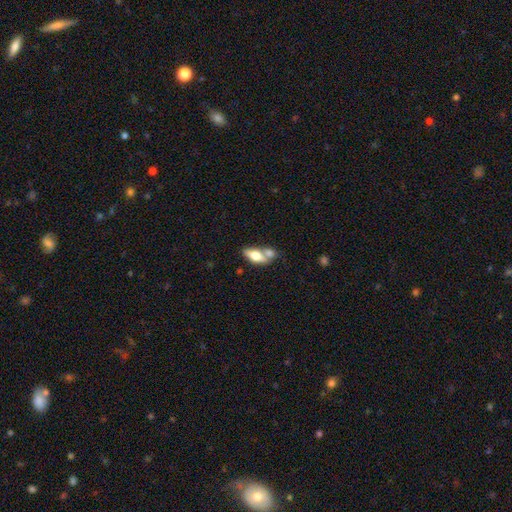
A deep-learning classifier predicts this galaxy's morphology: Smooth or featured? smooth (57%)
How rounded? in between (75%)
Merging? none (41%, tied with merger)